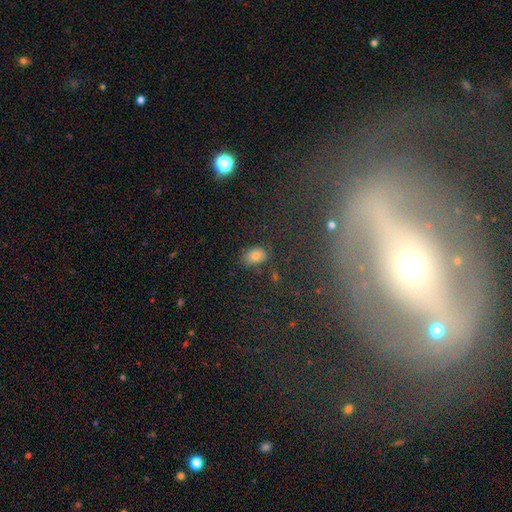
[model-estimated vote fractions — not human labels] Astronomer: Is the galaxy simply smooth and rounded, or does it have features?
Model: smooth — 73%.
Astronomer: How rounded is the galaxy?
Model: in between — 81%.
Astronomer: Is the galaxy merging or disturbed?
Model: none — 78%.